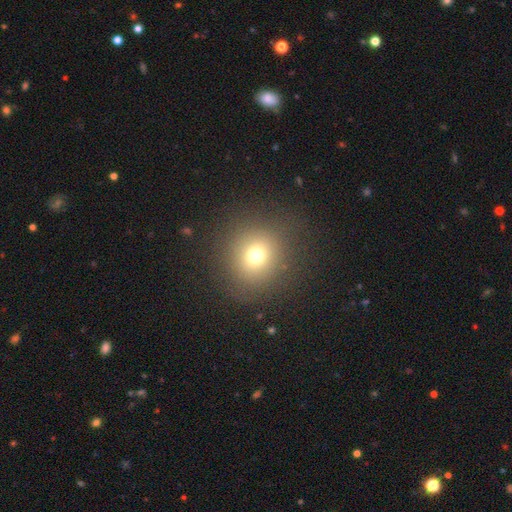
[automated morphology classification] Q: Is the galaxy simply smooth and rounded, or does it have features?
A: smooth — 71%.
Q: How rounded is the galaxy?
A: round — 89%.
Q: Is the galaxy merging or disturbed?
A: none — 87%.